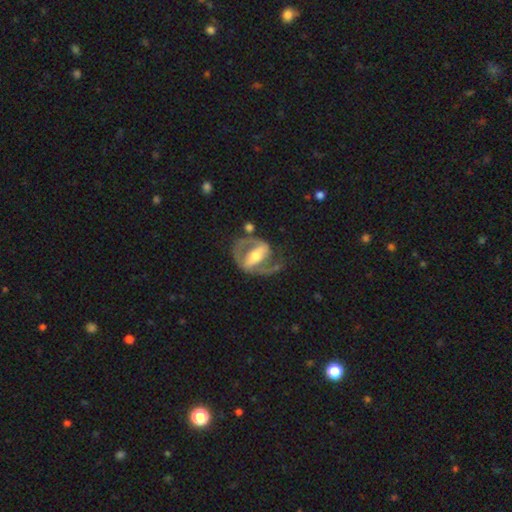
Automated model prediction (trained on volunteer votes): Q: Smooth or featured?
A: featured or disk (83%); runner-up: smooth (12%)
Q: Edge-on disk?
A: no (95%); runner-up: yes (5%)
Q: Bar?
A: strong (65%); runner-up: weak (24%)
Q: Spiral arms?
A: yes (80%); runner-up: no (20%)
Q: Spiral winding?
A: medium (50%); runner-up: tight (27%)
Q: Spiral arm count?
A: 2 (79%); runner-up: 1 (11%)
Q: Bulge size?
A: moderate (60%); runner-up: small (24%)
Q: Merging?
A: none (53%); runner-up: major disturbance (23%)